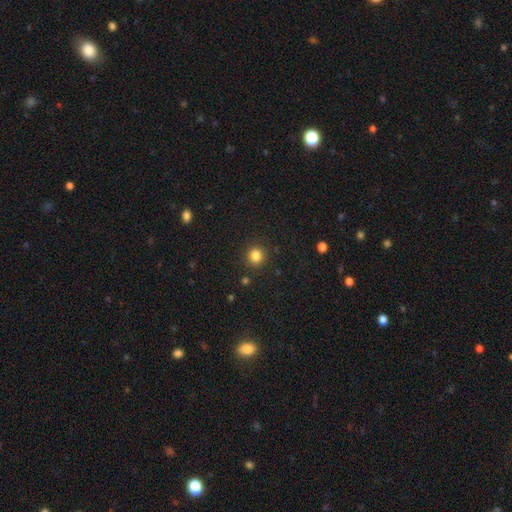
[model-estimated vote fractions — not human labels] smooth_or_featured: smooth (p=0.83) [alt: star or artifact p=0.12]
how_rounded: round (p=0.90) [alt: in between p=0.09]
merging: none (p=0.90) [alt: minor disturbance p=0.06]